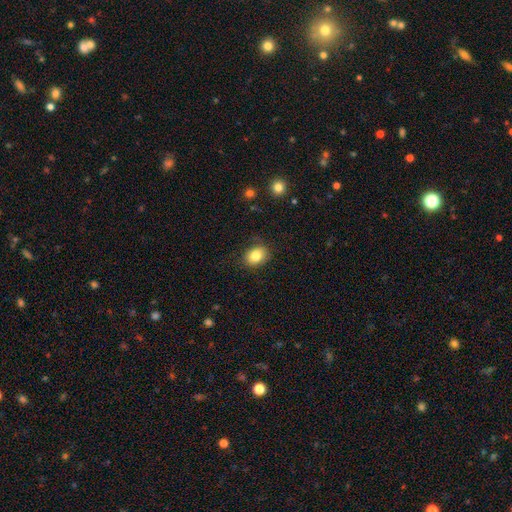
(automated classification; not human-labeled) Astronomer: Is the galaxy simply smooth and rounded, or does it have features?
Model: smooth — 82%.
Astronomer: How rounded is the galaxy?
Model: in between — 64%.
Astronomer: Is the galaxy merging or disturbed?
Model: none — 83%.